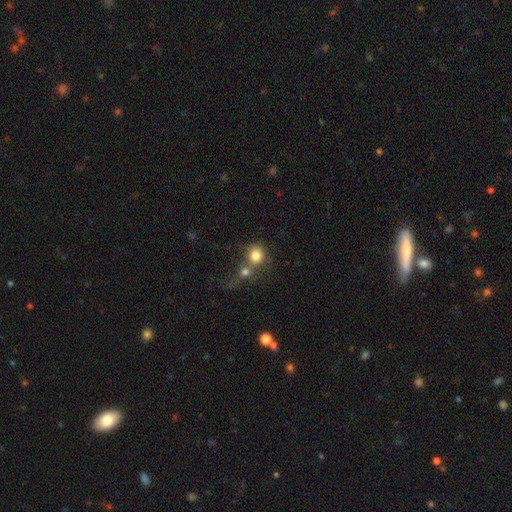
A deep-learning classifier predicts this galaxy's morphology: The model was most divided on "merging": merger: 49%, none: 37%, minor disturbance: 8%, major disturbance: 6%. More confident: how rounded — round (80%); smooth or featured — smooth (79%).